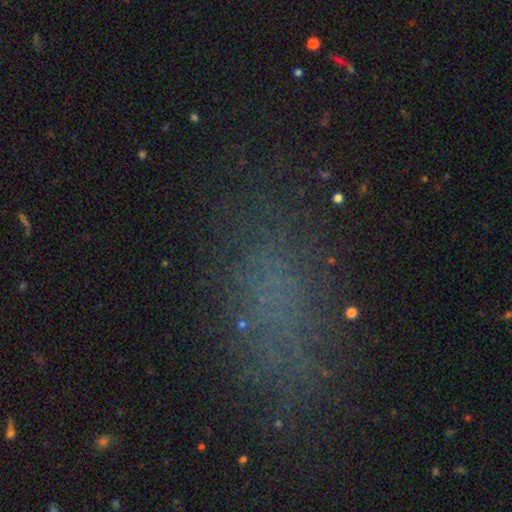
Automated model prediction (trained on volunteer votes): A smooth galaxy with no disk features (43%). Merging: none (67%).